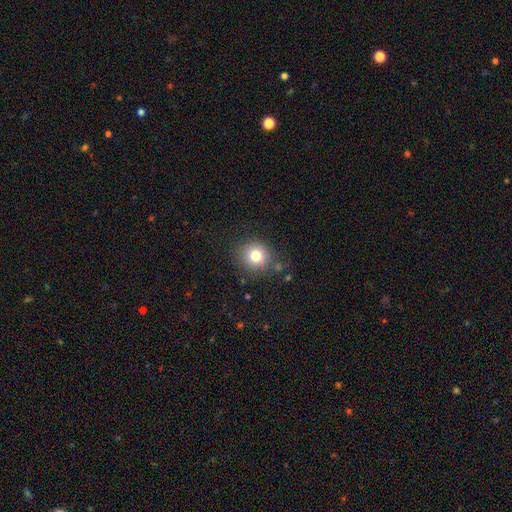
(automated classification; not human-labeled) The model was most divided on "smooth or featured": smooth: 78%, star or artifact: 12%, featured or disk: 9%. More confident: how rounded — round (87%); merging — none (80%).